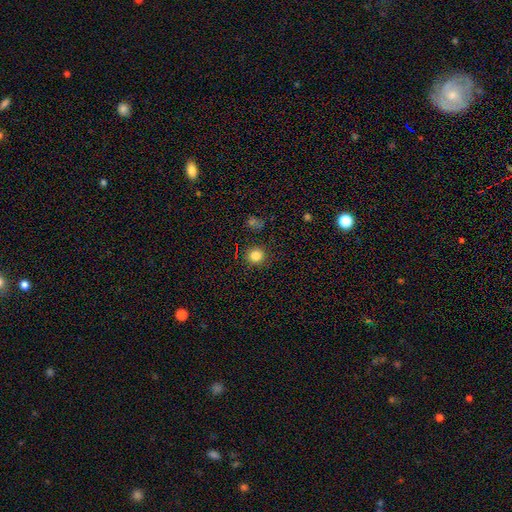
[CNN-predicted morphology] This appears to be a smooth galaxy with no disk features (83%) that is round (93%). Merging: none (89%).